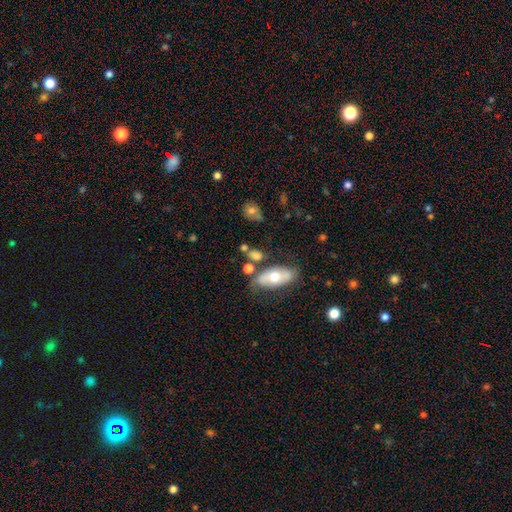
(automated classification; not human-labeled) smooth_or_featured: smooth (p=0.65) [alt: featured or disk p=0.26]
how_rounded: in between (p=0.71) [alt: round p=0.19]
merging: none (p=0.57) [alt: merger p=0.18]